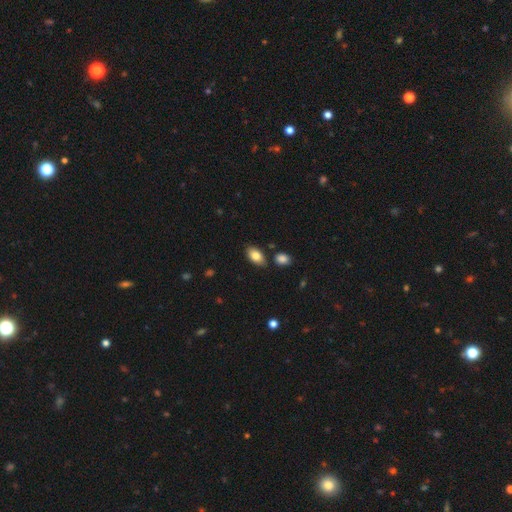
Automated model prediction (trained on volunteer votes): Morphology: type=smooth (83%); roundness=in between (92%); merging=none (80%).